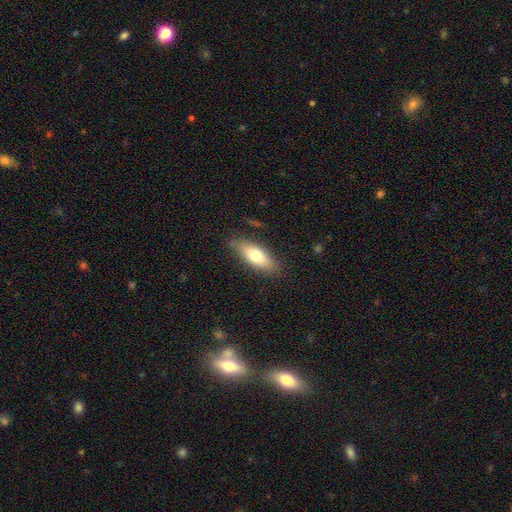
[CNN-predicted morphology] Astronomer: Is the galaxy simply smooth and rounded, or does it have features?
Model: smooth — 71%.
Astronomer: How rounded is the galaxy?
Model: in between — 62%.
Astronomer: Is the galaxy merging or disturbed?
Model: none — 82%.